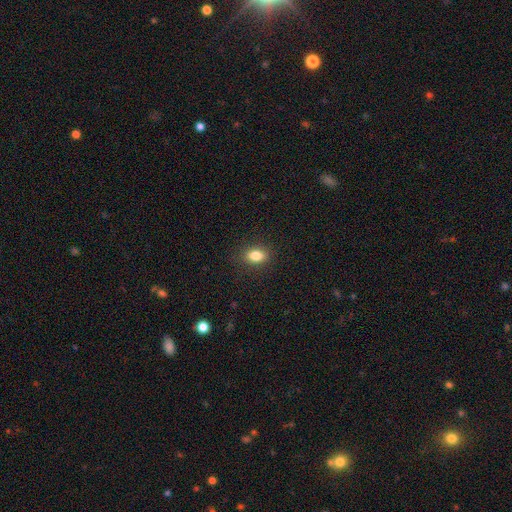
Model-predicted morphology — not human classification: This is clearly a smooth galaxy (84%). How rounded: likely in between (79%). Merging: clearly none (88%).